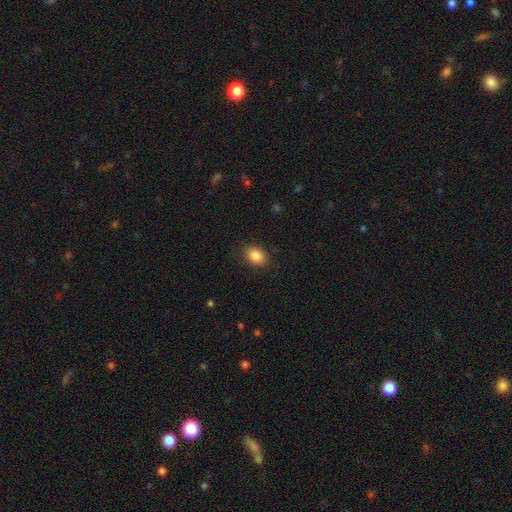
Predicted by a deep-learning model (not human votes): Smooth or featured: smooth — 86% (star or artifact — 9%)
How rounded: in between — 65% (round — 34%)
Merging: none — 86% (minor disturbance — 10%)